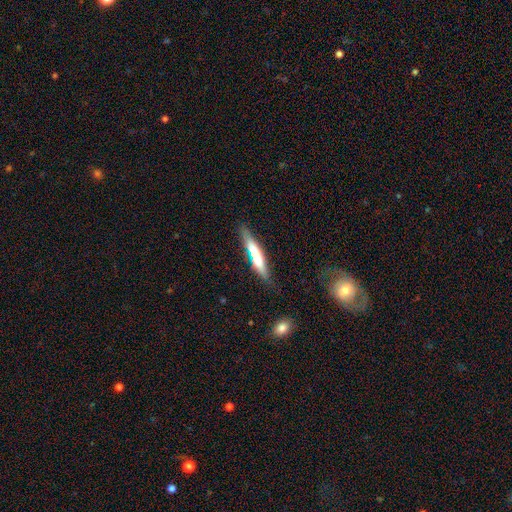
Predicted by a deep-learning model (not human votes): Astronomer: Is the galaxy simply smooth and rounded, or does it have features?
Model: smooth — 63%.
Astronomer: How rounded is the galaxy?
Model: cigar-shaped — 89%.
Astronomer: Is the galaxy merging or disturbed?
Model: none — 78%.